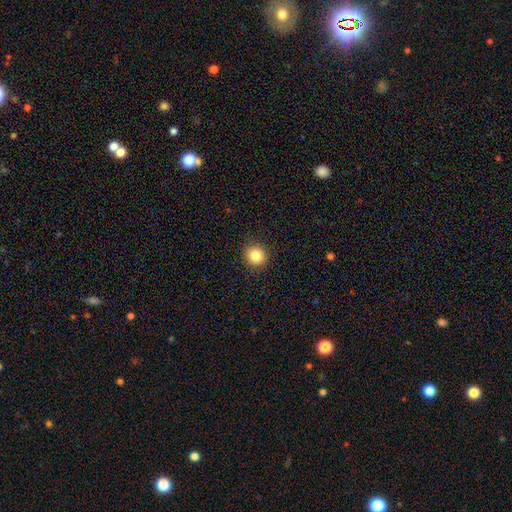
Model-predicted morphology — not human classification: Smooth or featured? Predicted: smooth (p=0.84). How rounded? Predicted: round (p=0.89). Merging? Predicted: none (p=0.91).